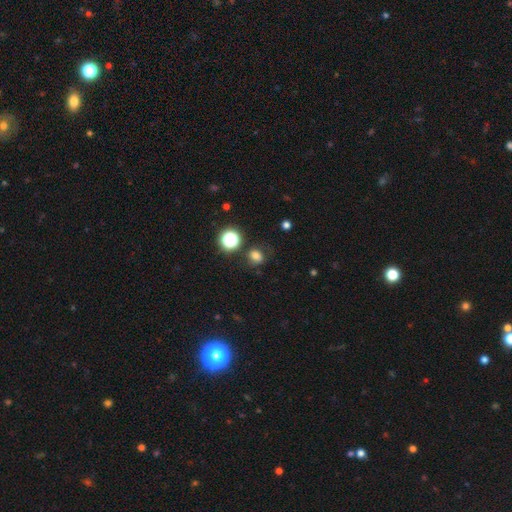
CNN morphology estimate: This is likely a smooth galaxy (72%). How rounded: likely round (67%). Merging: likely none (68%).